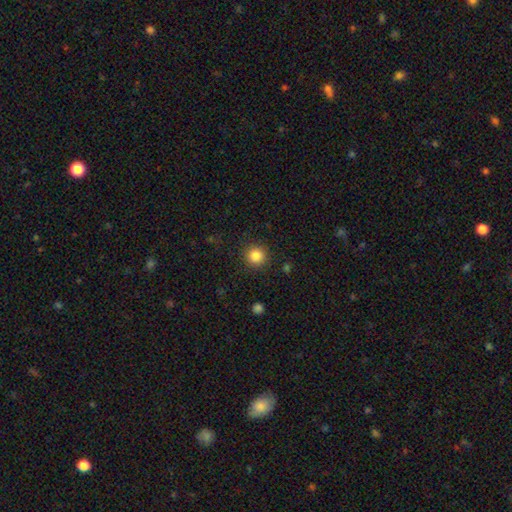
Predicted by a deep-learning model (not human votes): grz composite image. It shows a smooth galaxy with no disk features (85%) that is round (94%). Merging: none (90%).